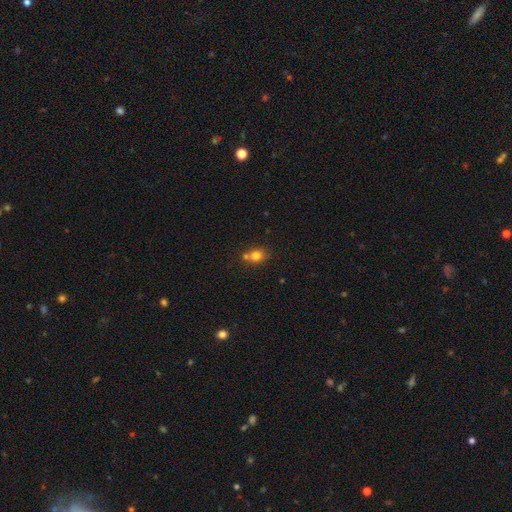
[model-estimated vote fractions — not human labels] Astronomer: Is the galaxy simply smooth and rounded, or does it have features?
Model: smooth — 76%.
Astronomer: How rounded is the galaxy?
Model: round — 60% (runner-up: in between, 39%).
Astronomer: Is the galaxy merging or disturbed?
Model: none — 55%.